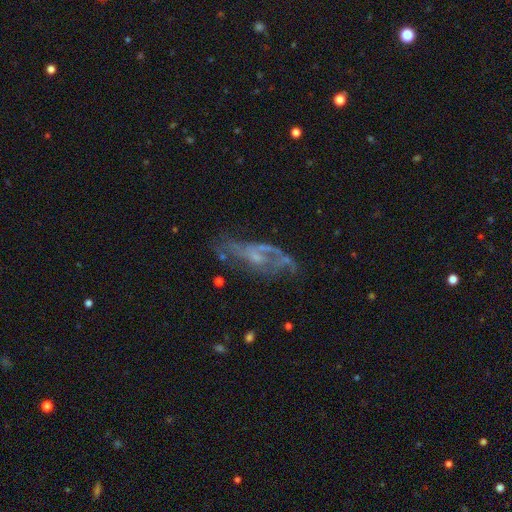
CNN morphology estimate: This appears to be a featured or disk galaxy (73%) with no bar (57%), spiral arms (70%) and a small central bulge (55%). Merging: none (51%).